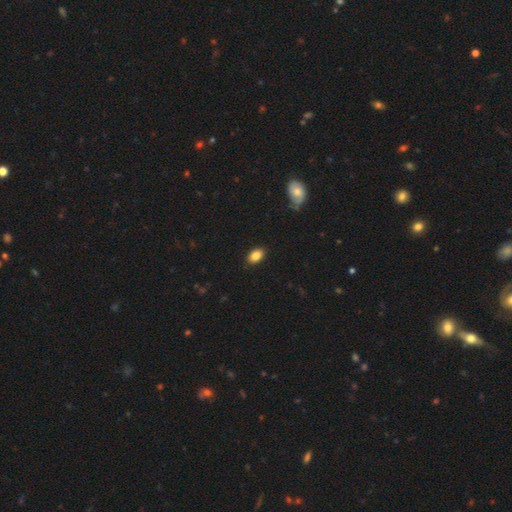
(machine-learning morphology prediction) smooth-or-featured: smooth: 86% | star or artifact: 8% | featured or disk: 6%
  how-rounded: in between: 88% | round: 10% | cigar-shaped: 2%
  merging: none: 87% | minor disturbance: 9% | major disturbance: 2% | merger: 1%